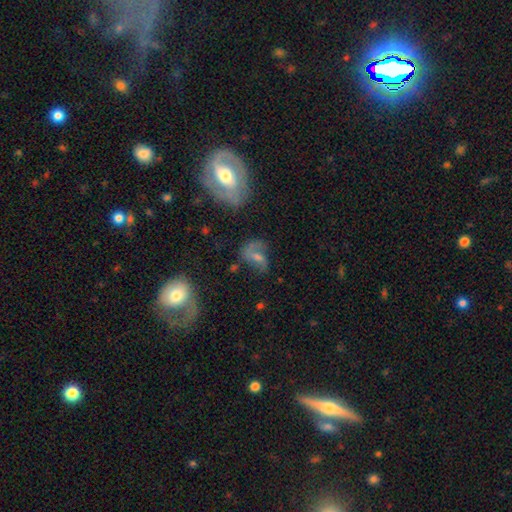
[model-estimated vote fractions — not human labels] This is possibly a featured or disk galaxy (57%). It is clearly not viewed edge-on (96%). Bar: marginally no (45%). Spiral arm pattern: likely yes (78%). Central bulge: marginally moderate (38%). Merging: marginally none (43%).